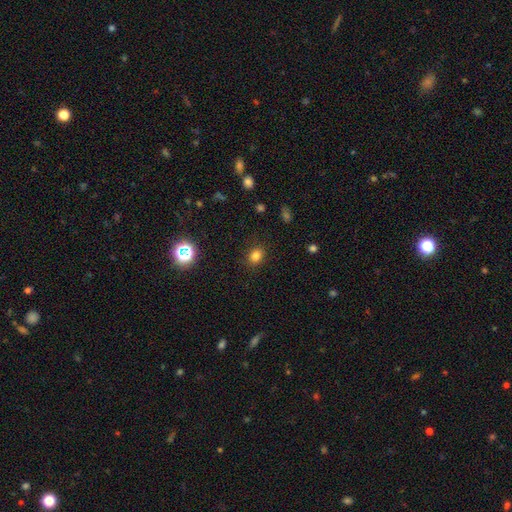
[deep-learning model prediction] Smooth or featured?
  - smooth: 80% *
  - star or artifact: 15%
  - featured or disk: 5%
How rounded?
  - round: 52% *
  - in between: 47%
  - cigar-shaped: 1%
Merging?
  - none: 87% *
  - minor disturbance: 9%
  - major disturbance: 3%
  - merger: 1%